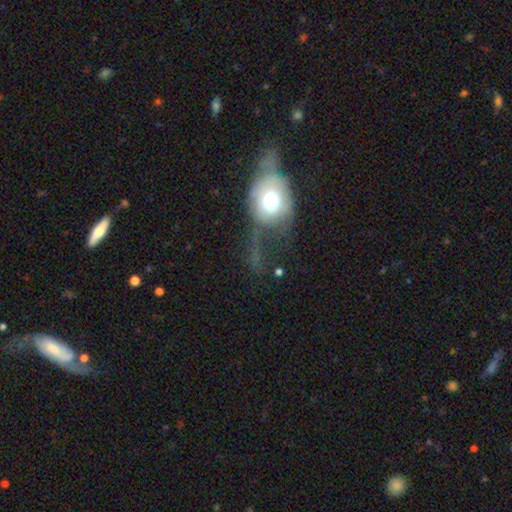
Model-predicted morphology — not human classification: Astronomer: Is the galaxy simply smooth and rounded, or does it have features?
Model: featured or disk — 45% (runner-up: smooth, 39%).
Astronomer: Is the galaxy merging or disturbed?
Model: major disturbance — 47% (runner-up: none, 26%).